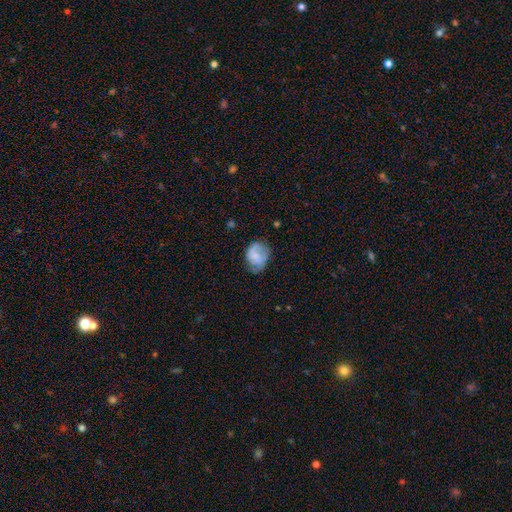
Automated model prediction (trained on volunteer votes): Overall: smooth (49%; featured or disk 43%). Merging: none (54%; minor disturbance 30%).